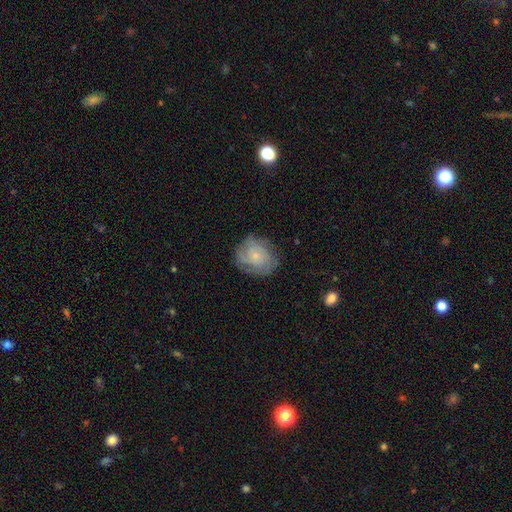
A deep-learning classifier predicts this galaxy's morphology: Smooth or featured? featured or disk (67%)
Edge-on disk? no (98%)
Bar? no (80%)
Spiral arms? yes (90%)
Spiral winding? tight (60%)
Spiral arm count? can't tell (36%)
Bulge size? small (77%)
Merging? none (72%)